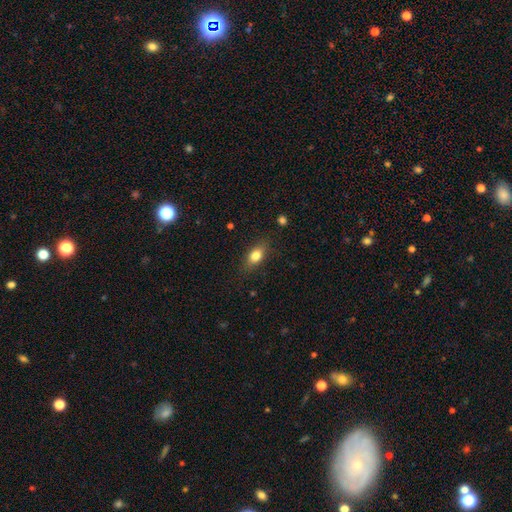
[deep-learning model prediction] The model was most divided on "how rounded": in between: 78%, round: 13%, cigar-shaped: 10%. More confident: merging — none (82%); smooth or featured — smooth (78%).